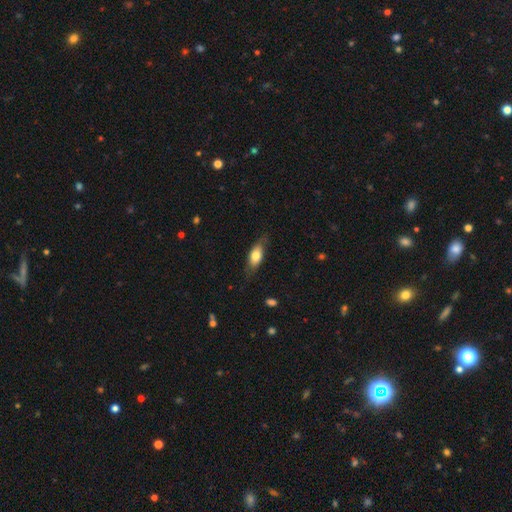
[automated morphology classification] Q: Smooth or featured?
A: smooth (72%); runner-up: featured or disk (21%)
Q: How rounded?
A: in between (79%); runner-up: cigar-shaped (17%)
Q: Merging?
A: none (73%); runner-up: minor disturbance (21%)